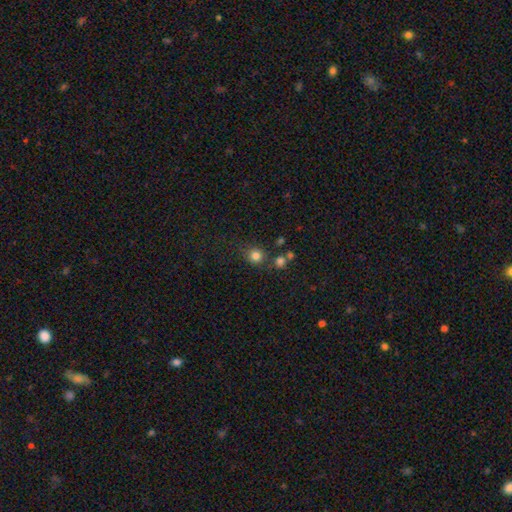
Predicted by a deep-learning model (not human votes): A smooth galaxy with no disk features (80%) that is round (88%).

Vote fractions:
- Smooth or featured? smooth: 80% / star or artifact: 14% / featured or disk: 6%
- How rounded? round: 88% / in between: 11% / cigar-shaped: 1%
- Merging? none: 72% / minor disturbance: 12% / merger: 11% / major disturbance: 5%